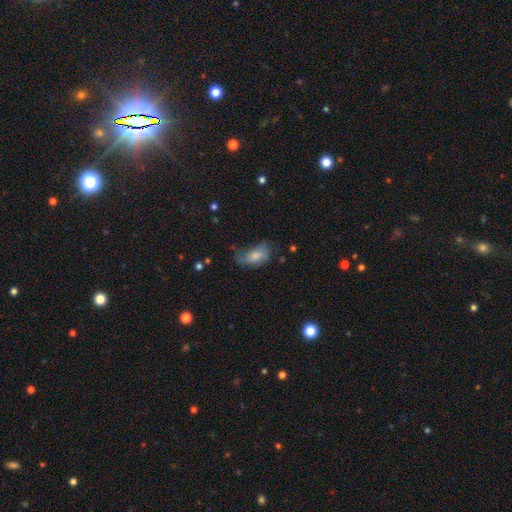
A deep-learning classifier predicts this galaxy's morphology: smooth 72%, featured or disk 19%, star or artifact 9%. Down the decision tree: how rounded — in between (90%); merging — none (34%, tied with minor disturbance).